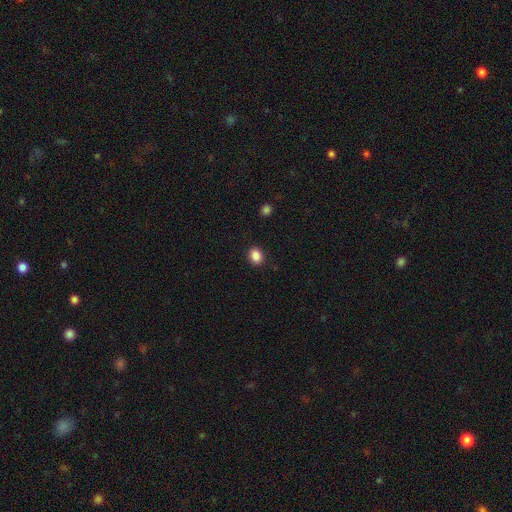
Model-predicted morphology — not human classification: smooth 87%, star or artifact 10%, featured or disk 3%. Down the decision tree: how rounded — round (53%); merging — none (90%).